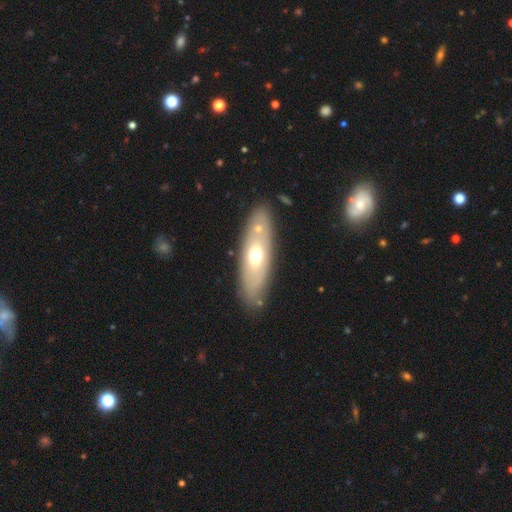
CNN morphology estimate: smooth-or-featured: featured or disk: 52% | smooth: 41% | star or artifact: 7%
  disk-edge-on: no: 68% | yes: 32%
  merging: none: 79% | minor disturbance: 12% | merger: 6% | major disturbance: 3%